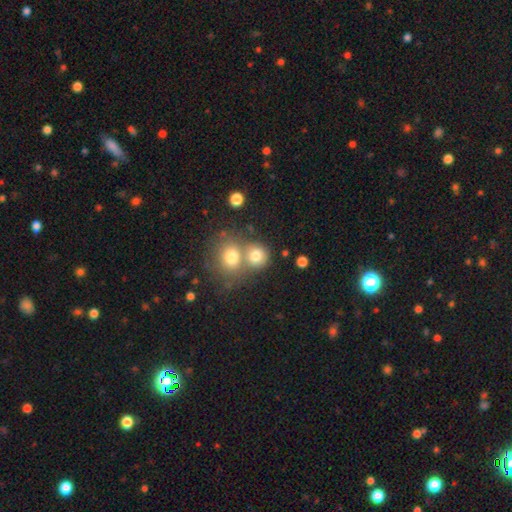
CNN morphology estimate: type=smooth (77%); roundness=round (79%); merging=merger (46%).